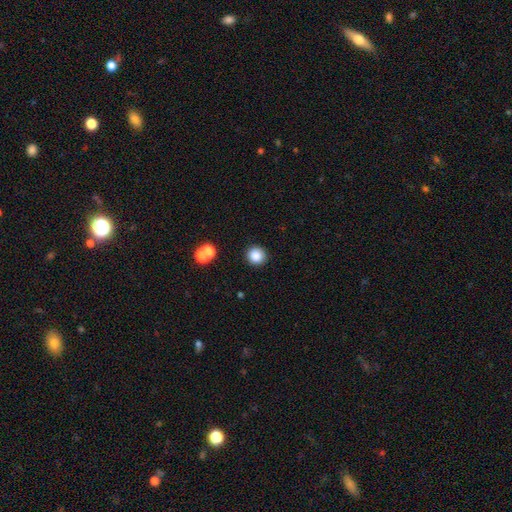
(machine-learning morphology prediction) Smooth or featured: smooth — 84% (star or artifact — 11%)
How rounded: round — 93% (in between — 6%)
Merging: none — 89% (minor disturbance — 6%)